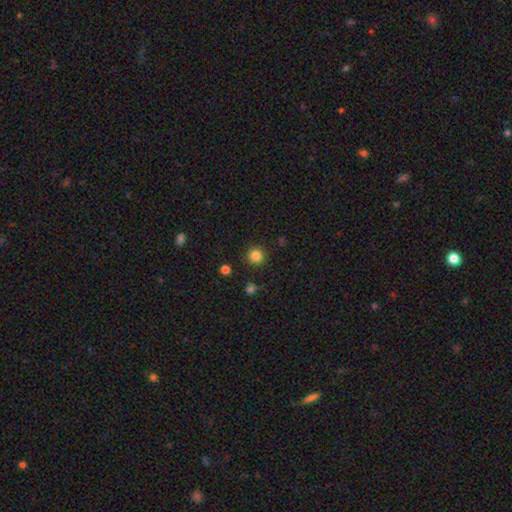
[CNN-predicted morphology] Overall: smooth (83%). How rounded: round (95%). Merging: none (91%).